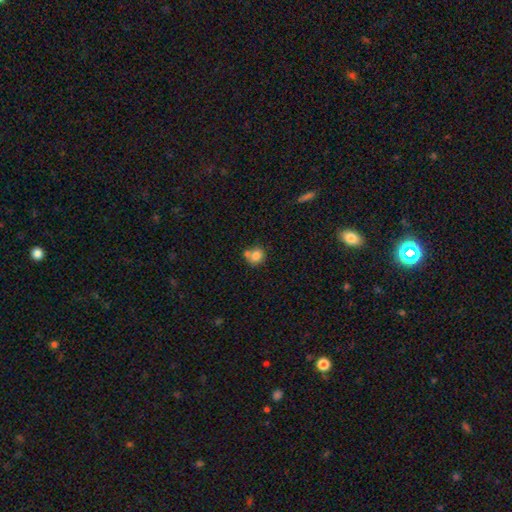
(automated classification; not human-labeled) The model was most divided on "merging": none: 46%, merger: 34%, minor disturbance: 15%, major disturbance: 5%. More confident: smooth or featured — smooth (80%); how rounded — round (72%).